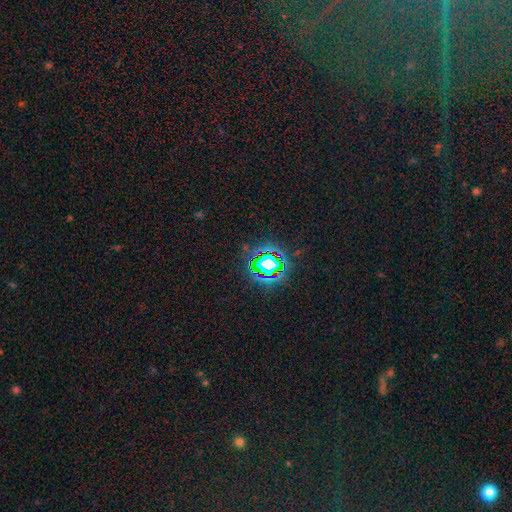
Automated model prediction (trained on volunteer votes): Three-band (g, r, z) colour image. It shows a star or artifact, not a galaxy (76%).